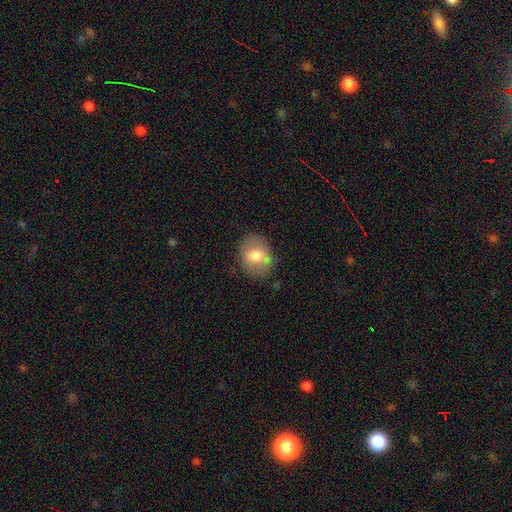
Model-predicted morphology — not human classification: The model was most divided on "how rounded": in between: 52%, round: 47%, cigar-shaped: 1%. More confident: merging — none (70%); smooth or featured — smooth (70%).